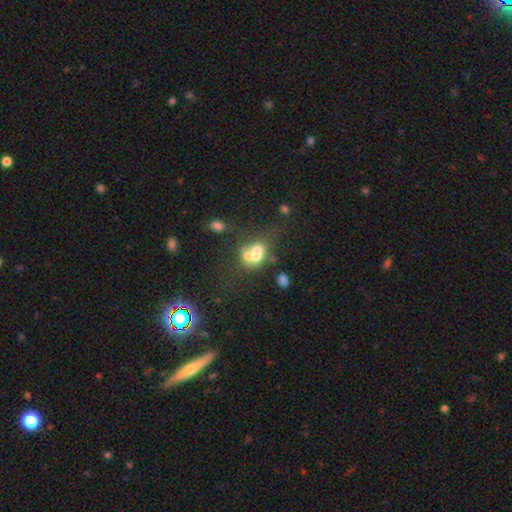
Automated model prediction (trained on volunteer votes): A smooth galaxy with no disk features (53%) that is round (50%). Merging: merger (63%).